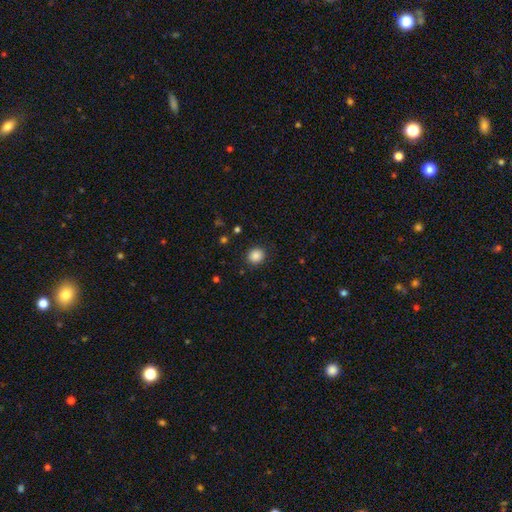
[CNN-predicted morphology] The model was most divided on "how rounded": round: 83%, in between: 16%, cigar-shaped: 1%. More confident: merging — none (89%); smooth or featured — smooth (87%).